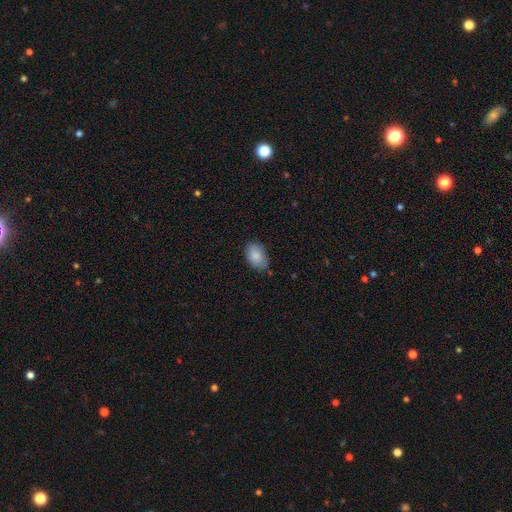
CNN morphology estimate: This is clearly a smooth galaxy (86%). How rounded: clearly in between (90%). Merging: likely none (76%).